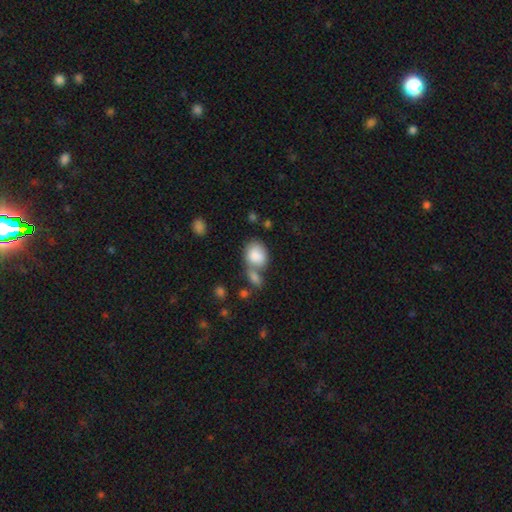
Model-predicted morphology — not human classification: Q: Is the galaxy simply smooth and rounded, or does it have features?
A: smooth — 84%.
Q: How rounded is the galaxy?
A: in between — 66%.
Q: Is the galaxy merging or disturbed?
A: merger — 42%.